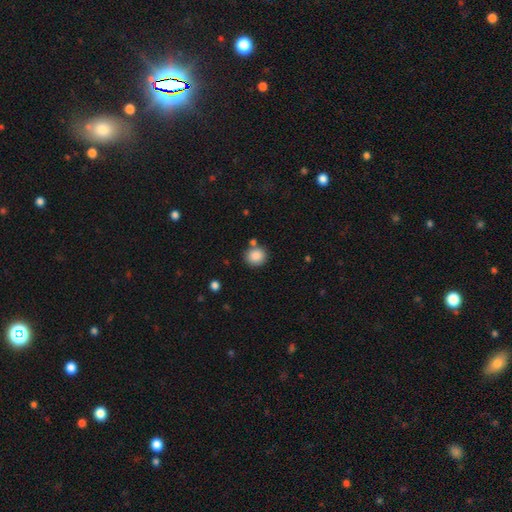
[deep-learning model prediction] Smooth or featured? smooth (88%)
How rounded? round (82%)
Merging? none (79%)